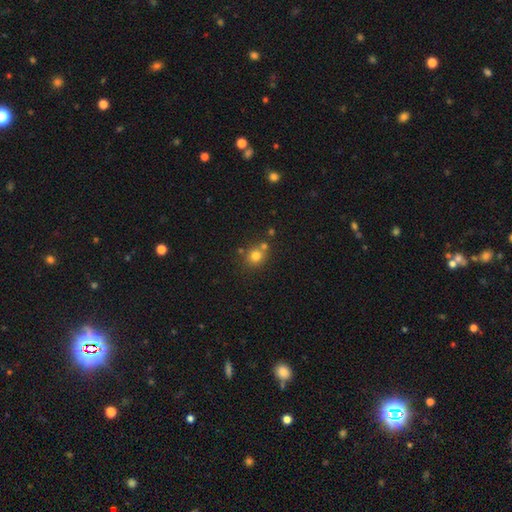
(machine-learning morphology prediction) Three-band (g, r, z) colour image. It shows a smooth galaxy with no disk features (77%) that is round (82%). Merging: none (63%).